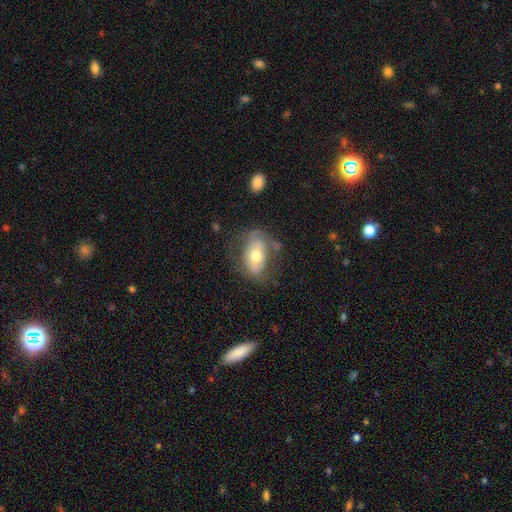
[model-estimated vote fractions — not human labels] A smooth galaxy with no disk features (46%, tied with featured or disk). Merging: none (58%).